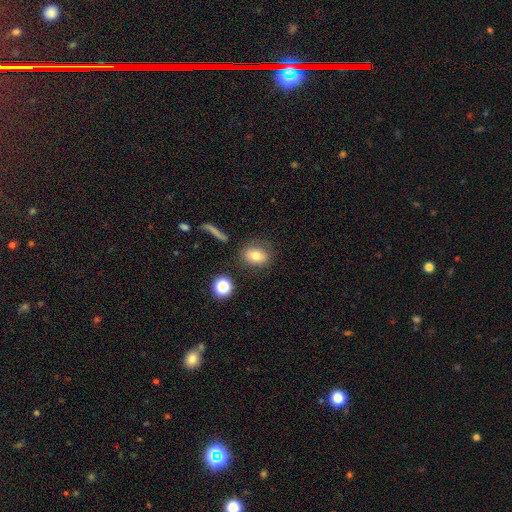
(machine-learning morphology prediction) Q: Smooth or featured?
A: smooth (75%); runner-up: featured or disk (14%)
Q: How rounded?
A: in between (60%); runner-up: round (38%)
Q: Merging?
A: none (77%); runner-up: minor disturbance (13%)